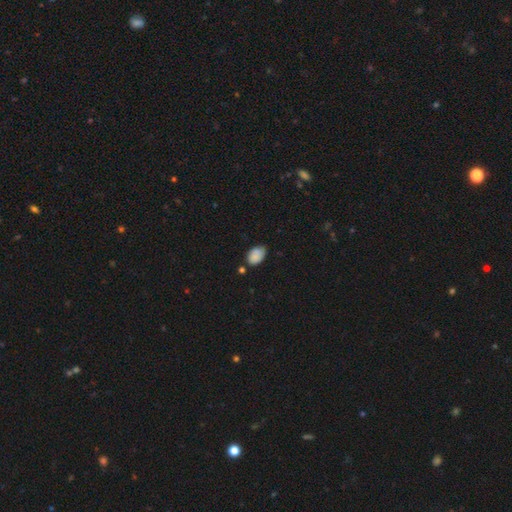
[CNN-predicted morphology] Q: Smooth or featured?
A: smooth (86%); runner-up: star or artifact (8%)
Q: How rounded?
A: in between (88%); runner-up: round (11%)
Q: Merging?
A: none (65%); runner-up: minor disturbance (26%)